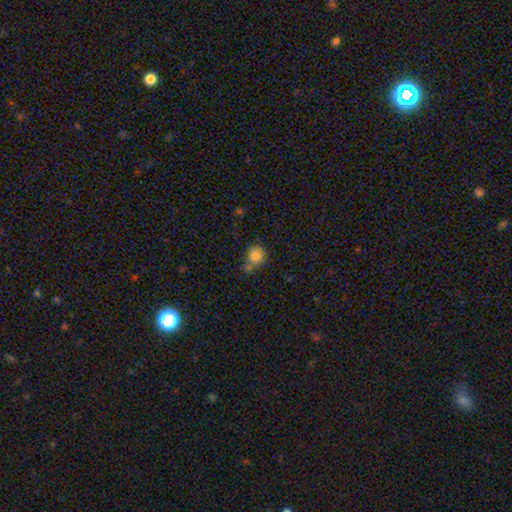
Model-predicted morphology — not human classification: Q: Smooth or featured?
A: smooth (80%); runner-up: star or artifact (11%)
Q: How rounded?
A: round (76%); runner-up: in between (23%)
Q: Merging?
A: none (53%); runner-up: minor disturbance (21%)